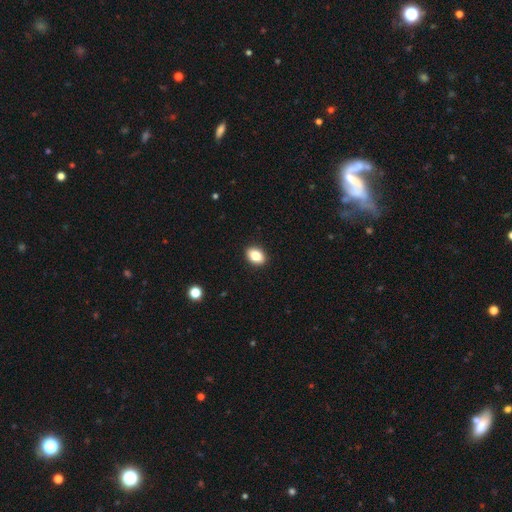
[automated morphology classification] The model was most divided on "how rounded": in between: 77%, round: 21%, cigar-shaped: 1%. More confident: merging — none (90%); smooth or featured — smooth (84%).